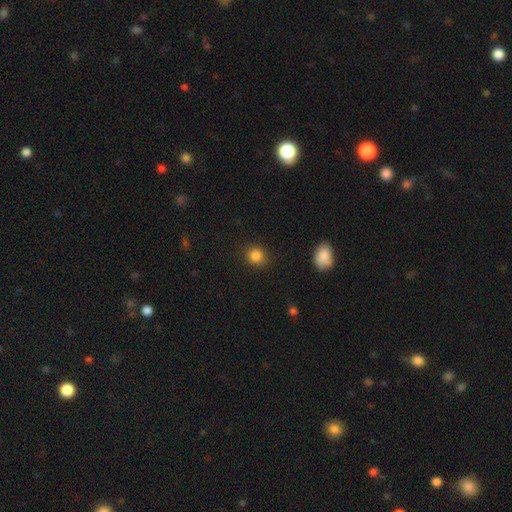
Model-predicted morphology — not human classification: A smooth galaxy with no disk features (85%) that is round (83%).

Vote fractions:
- Smooth or featured? smooth: 85% / star or artifact: 11% / featured or disk: 4%
- How rounded? round: 83% / in between: 16% / cigar-shaped: 1%
- Merging? none: 86% / minor disturbance: 9% / major disturbance: 3% / merger: 1%